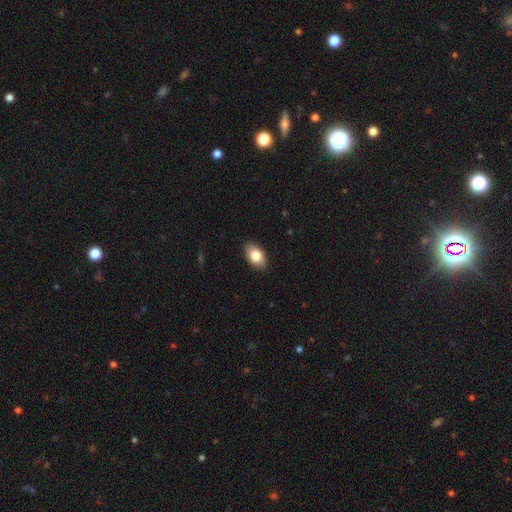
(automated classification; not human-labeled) This is clearly a smooth galaxy (82%). How rounded: clearly in between (91%). Merging: clearly none (88%).